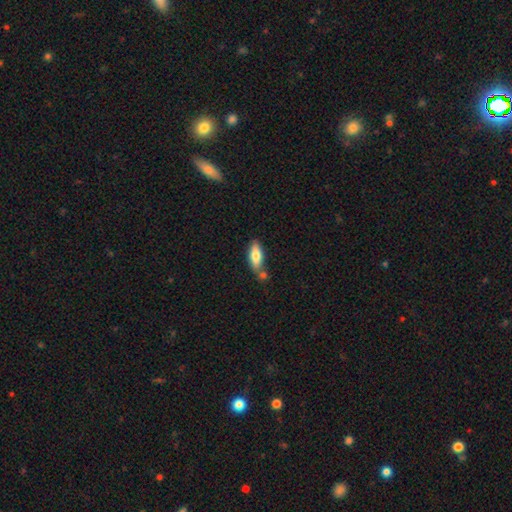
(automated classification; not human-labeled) Smooth or featured?
  - smooth: 73% *
  - featured or disk: 21%
  - star or artifact: 6%
How rounded?
  - in between: 69% *
  - cigar-shaped: 28%
  - round: 2%
Merging?
  - none: 63% *
  - merger: 19%
  - minor disturbance: 15%
  - major disturbance: 3%